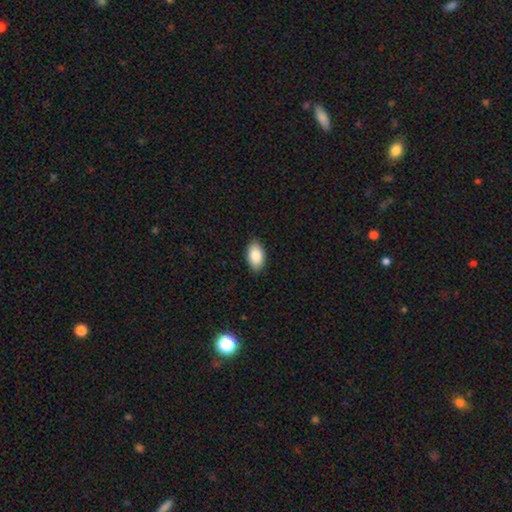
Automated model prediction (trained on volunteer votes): The model was most divided on "smooth or featured": smooth: 86%, featured or disk: 7%, star or artifact: 6%. More confident: how rounded — in between (95%); merging — none (88%).